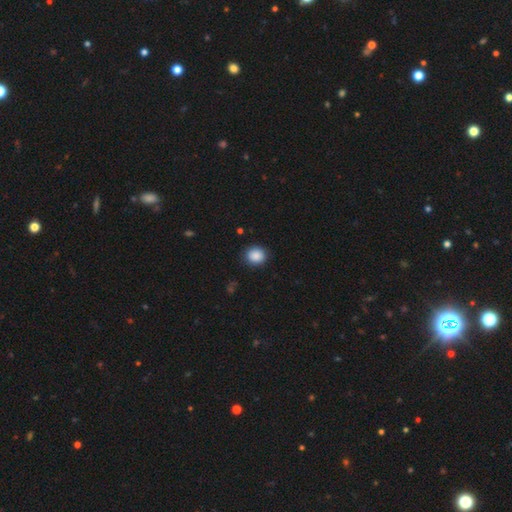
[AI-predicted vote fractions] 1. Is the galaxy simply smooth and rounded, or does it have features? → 88% smooth, 8% star or artifact, 3% featured or disk.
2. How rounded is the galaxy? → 80% round, 19% in between, 1% cigar-shaped.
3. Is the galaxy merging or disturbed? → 88% none, 9% minor disturbance, 2% major disturbance, 1% merger.